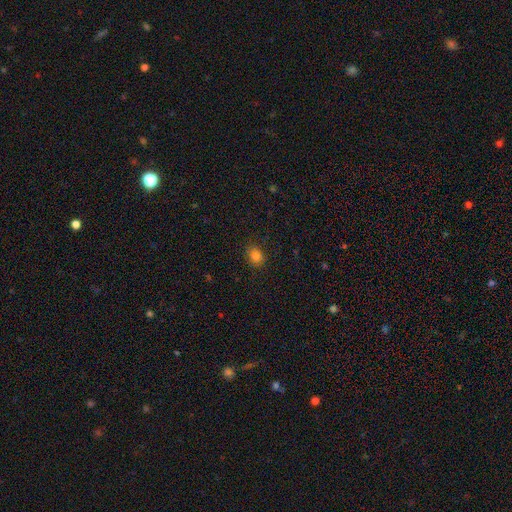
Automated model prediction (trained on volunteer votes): Overall: smooth (82%). How rounded: round (50%; in between 49%). Merging: none (86%).